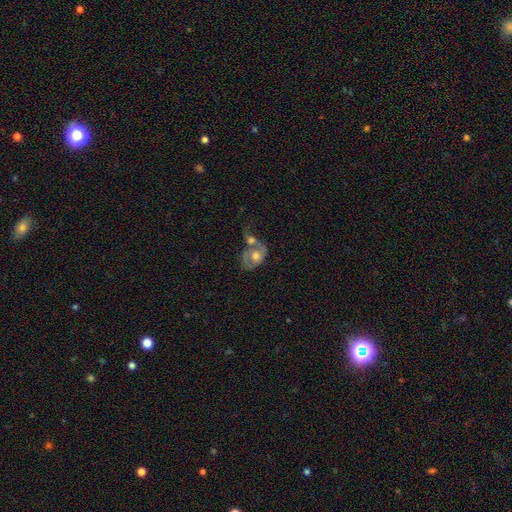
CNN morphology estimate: type=featured or disk (56%); edge-on=no (96%); bar=no (81%); spiral arms=yes (53%); bulge=moderate (67%); merging=merger (58%).